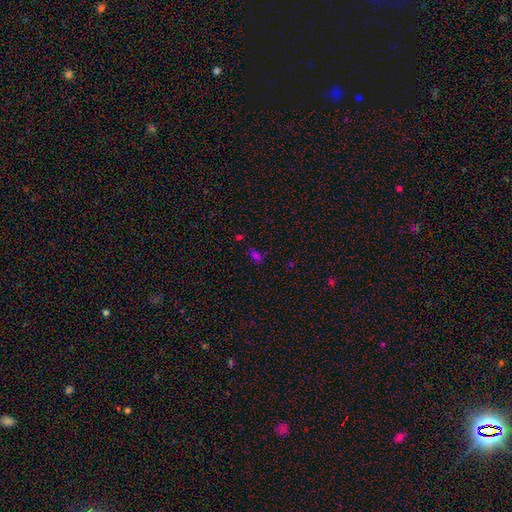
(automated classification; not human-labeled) Smooth or featured? smooth (67%)
How rounded? in between (86%)
Merging? none (71%)